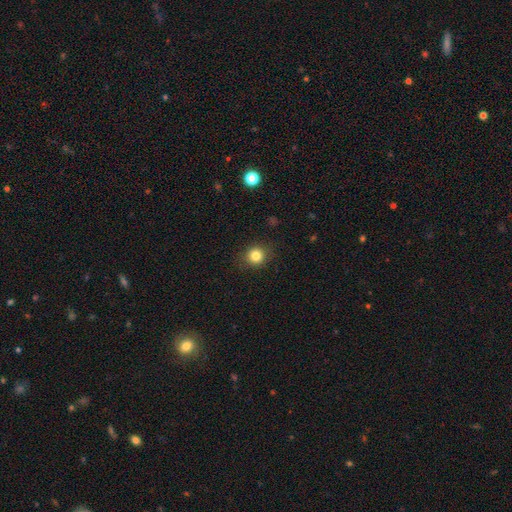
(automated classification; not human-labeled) Overall: smooth (82%). How rounded: round (86%). Merging: none (88%).